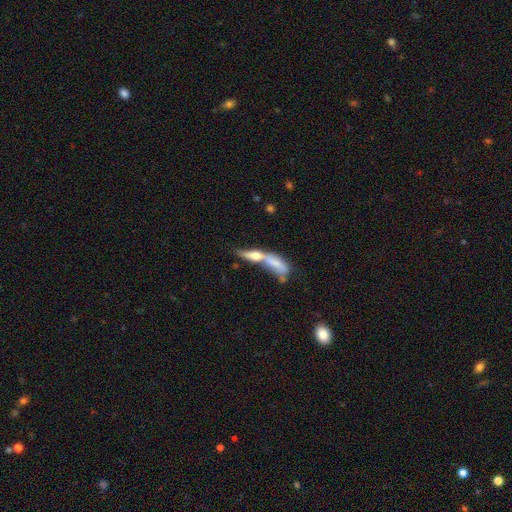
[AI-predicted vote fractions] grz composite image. It shows a smooth galaxy with no disk features (49%). Merging: merger (67%).